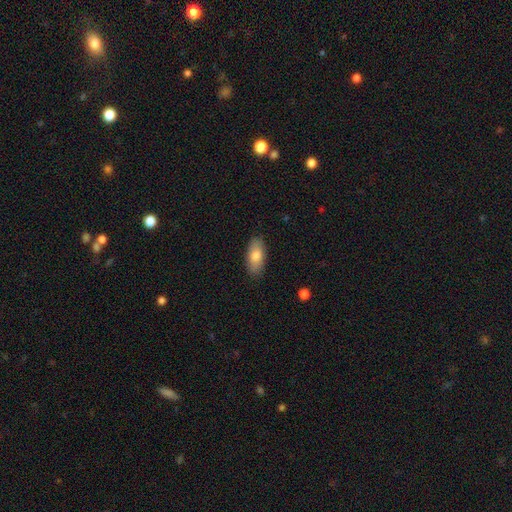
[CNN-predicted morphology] Overall: smooth (80%). How rounded: in between (90%). Merging: none (87%).